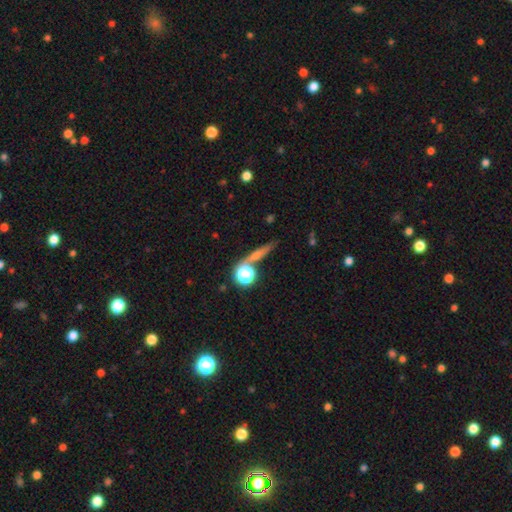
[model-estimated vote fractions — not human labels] smooth 39%, featured or disk 38%, star or artifact 24%. Down the decision tree: merging — none (73%).